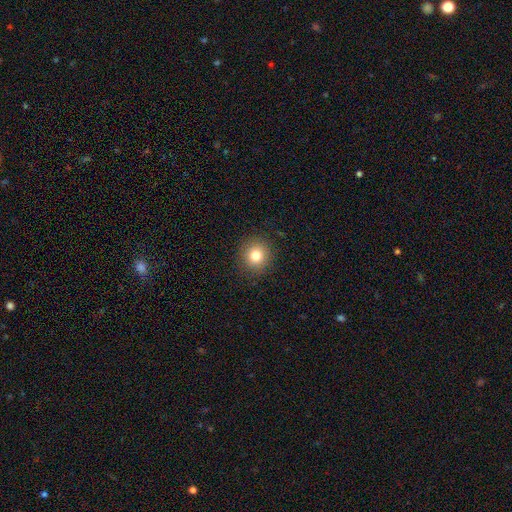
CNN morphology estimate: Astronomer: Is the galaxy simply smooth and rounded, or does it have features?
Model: smooth — 80%.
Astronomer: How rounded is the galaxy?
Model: round — 90%.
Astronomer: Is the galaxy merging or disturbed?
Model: none — 90%.